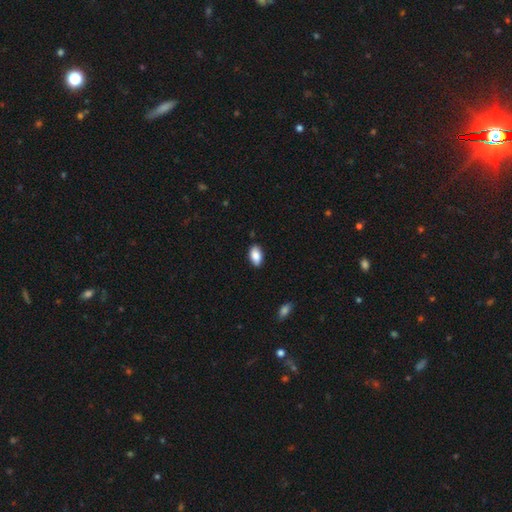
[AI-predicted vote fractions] Overall: smooth (88%). How rounded: in between (93%). Merging: none (86%).